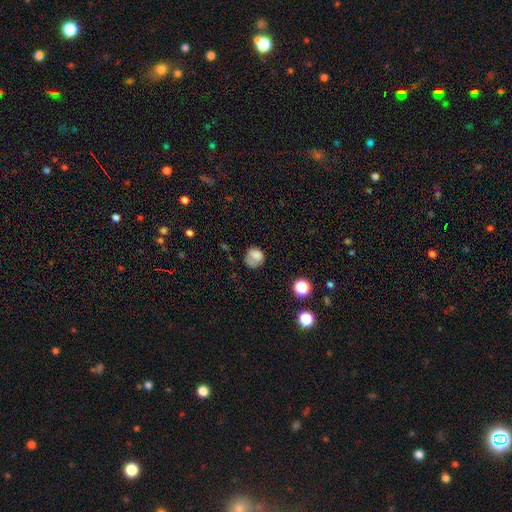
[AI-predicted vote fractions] Morphology: type=smooth (74%); roundness=round (72%); merging=none (51%).